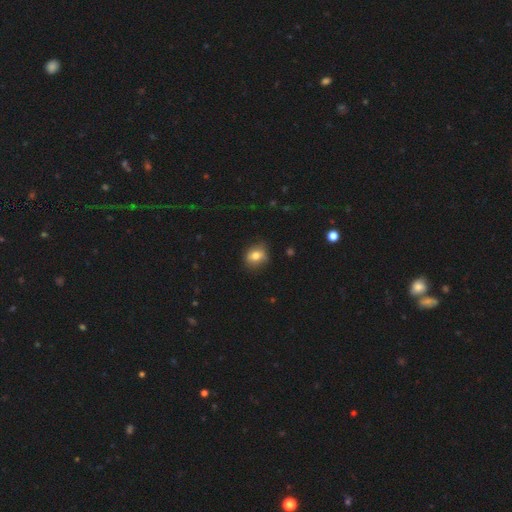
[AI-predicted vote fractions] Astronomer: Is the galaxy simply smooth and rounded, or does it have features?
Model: smooth — 75%.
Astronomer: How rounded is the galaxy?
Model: round — 56% (runner-up: in between, 42%).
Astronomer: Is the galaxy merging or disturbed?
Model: none — 73%.